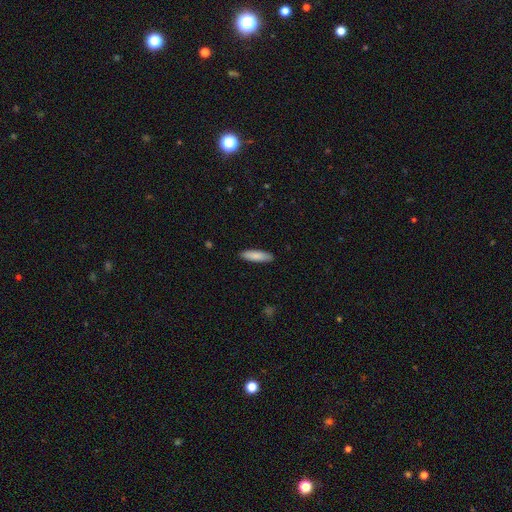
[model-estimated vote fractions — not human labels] Q: Smooth or featured?
A: smooth (86%); runner-up: featured or disk (9%)
Q: How rounded?
A: cigar-shaped (66%); runner-up: in between (33%)
Q: Merging?
A: none (89%); runner-up: minor disturbance (8%)